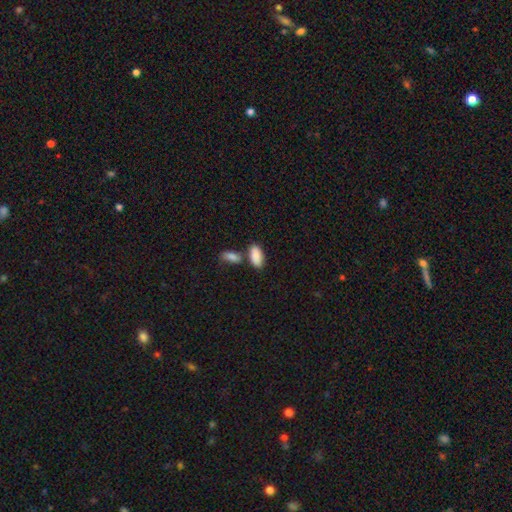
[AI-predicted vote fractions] This is clearly a smooth galaxy (89%). How rounded: clearly in between (93%). Merging: possibly none (59%).